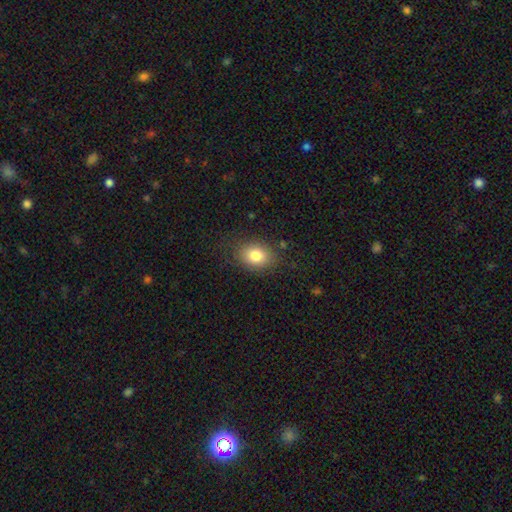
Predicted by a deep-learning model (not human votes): Smooth or featured?
  - smooth: 81% *
  - star or artifact: 9%
  - featured or disk: 9%
How rounded?
  - in between: 64% *
  - round: 35%
  - cigar-shaped: 1%
Merging?
  - none: 81% *
  - minor disturbance: 13%
  - major disturbance: 5%
  - merger: 1%